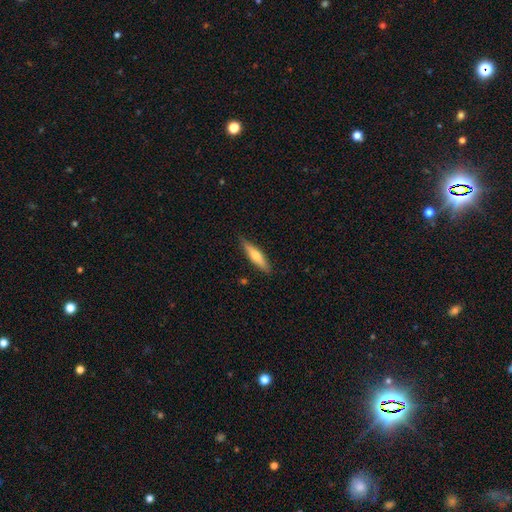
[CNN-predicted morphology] Q: Smooth or featured?
A: smooth (58%); runner-up: featured or disk (36%)
Q: How rounded?
A: cigar-shaped (79%); runner-up: in between (19%)
Q: Merging?
A: none (86%); runner-up: minor disturbance (11%)